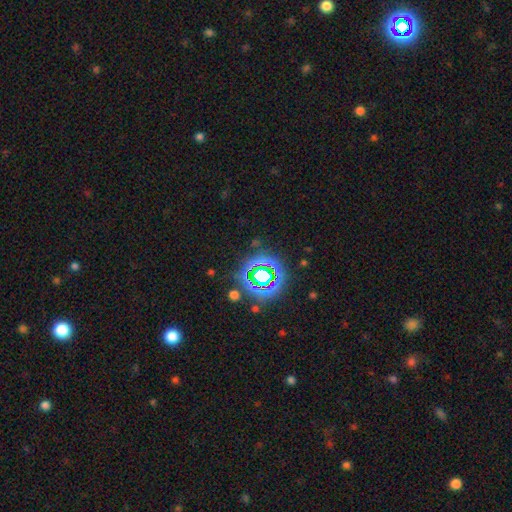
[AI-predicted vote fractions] Smooth or featured? star or artifact (80%)